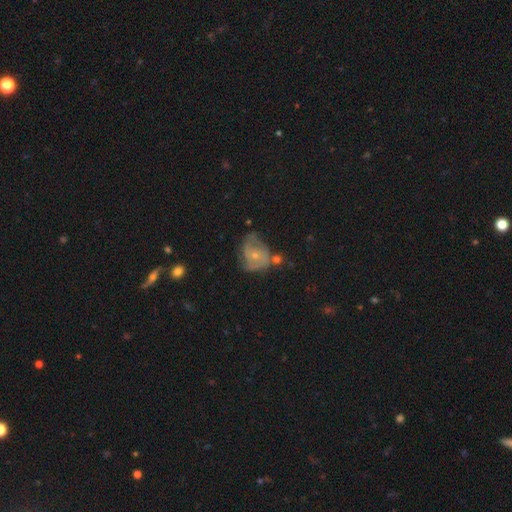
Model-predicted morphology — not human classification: Smooth or featured? Predicted: featured or disk (p=0.69). Edge-on disk? Predicted: no (p=0.97). Bar? Predicted: no (p=0.76). Spiral arms? Predicted: yes (p=0.83). Spiral winding? Predicted: tight (p=0.42). Spiral arm count? Predicted: 2 (p=0.43). Bulge size? Predicted: small (p=0.65). Merging? Predicted: none (p=0.44).